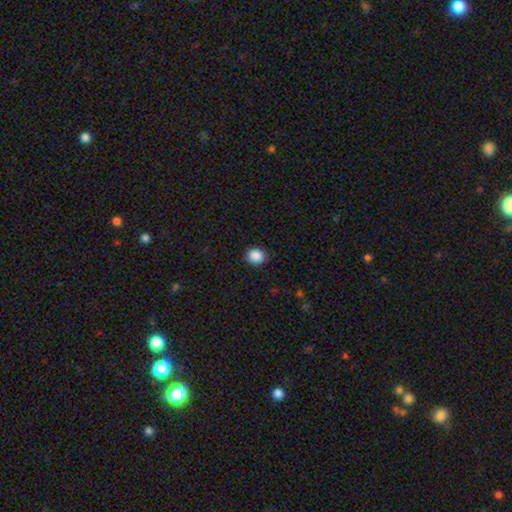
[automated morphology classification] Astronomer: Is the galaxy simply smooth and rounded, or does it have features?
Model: smooth — 88%.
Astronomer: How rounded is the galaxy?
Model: round — 72%.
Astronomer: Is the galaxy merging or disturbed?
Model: none — 90%.